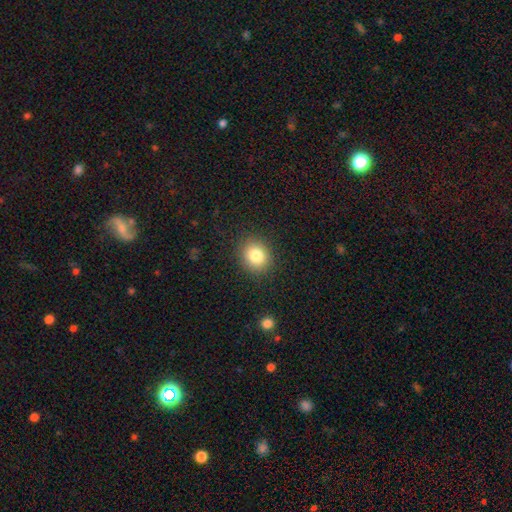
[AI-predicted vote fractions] smooth-or-featured: smooth: 82% | star or artifact: 11% | featured or disk: 8%
  how-rounded: round: 71% | in between: 29% | cigar-shaped: 1%
  merging: none: 88% | minor disturbance: 8% | major disturbance: 3% | merger: 1%